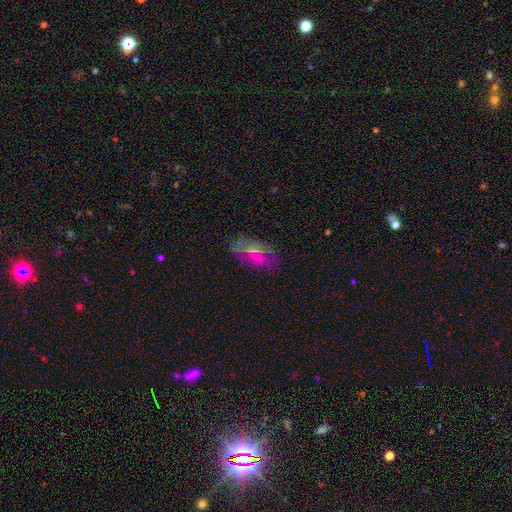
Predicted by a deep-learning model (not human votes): Smooth or featured? Predicted: smooth (p=0.46). Merging? Predicted: none (p=0.70).